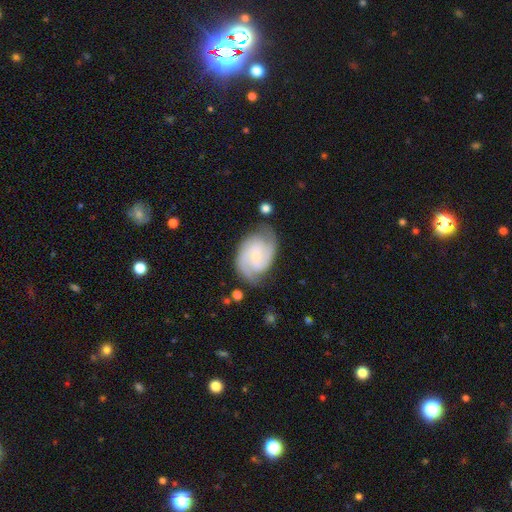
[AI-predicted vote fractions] This appears to be a featured or disk galaxy (85%) with no bar (55%), 2 (73%) tight (46%) spiral arms (97%) and a small central bulge (72%). Merging: none (73%).